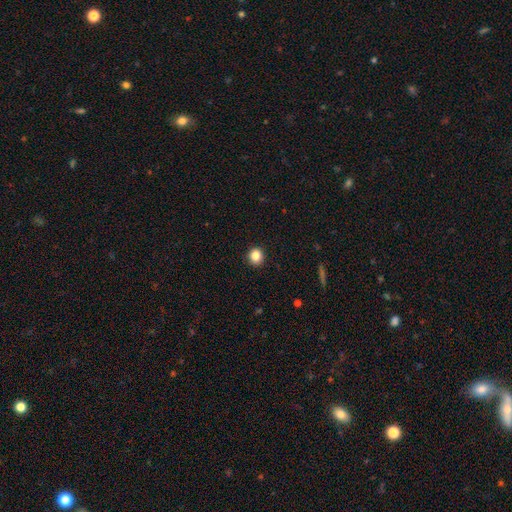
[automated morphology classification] This appears to be a smooth galaxy with no disk features (85%) that is round (89%). Merging: none (93%).